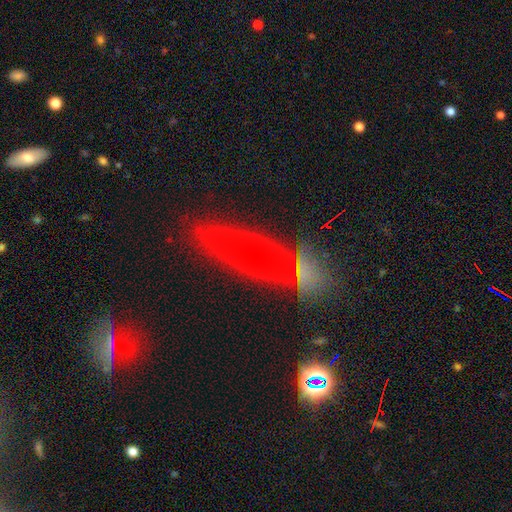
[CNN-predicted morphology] This appears to be a smooth galaxy with no disk features (48%). Merging: none (70%).